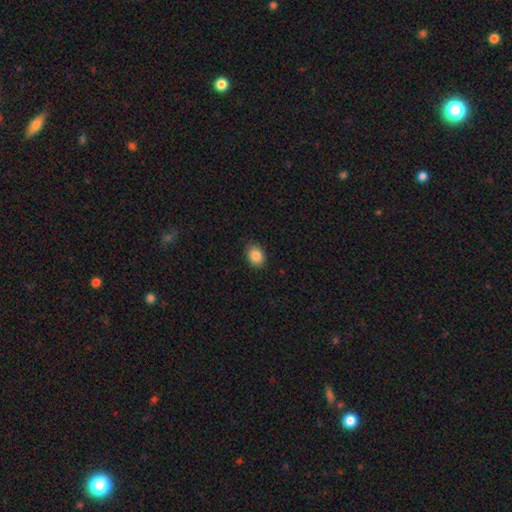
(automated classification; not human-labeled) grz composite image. It shows a smooth galaxy with no disk features (87%) that is in between round and cigar-shaped (64%). Merging: none (86%).